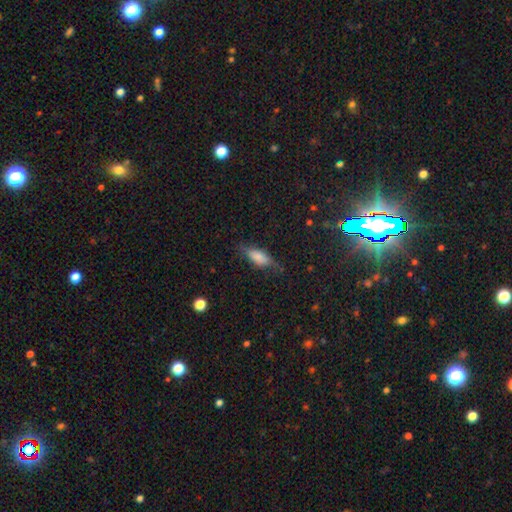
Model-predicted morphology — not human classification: The model was most divided on "how rounded": in between: 60%, cigar-shaped: 36%, round: 4%. More confident: merging — none (72%); smooth or featured — smooth (57%).